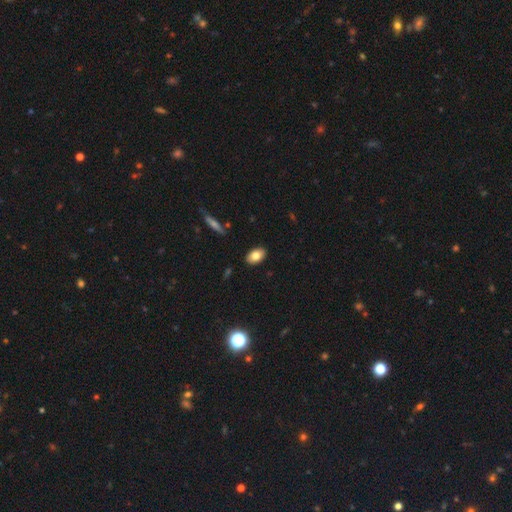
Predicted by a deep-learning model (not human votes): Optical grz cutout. It shows a smooth galaxy with no disk features (80%) that is in between round and cigar-shaped (91%). Merging: none (89%).